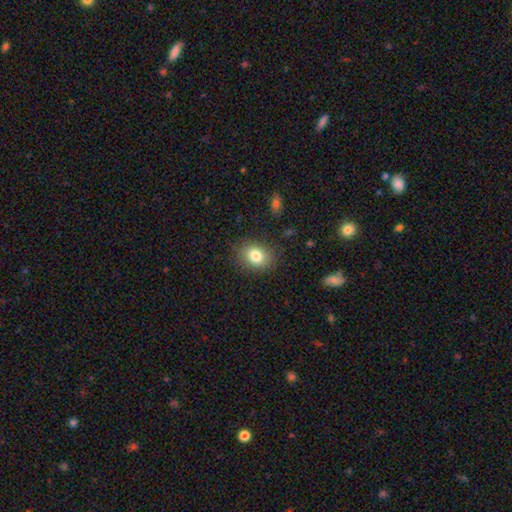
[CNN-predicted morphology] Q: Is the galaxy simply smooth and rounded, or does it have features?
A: smooth — 81%.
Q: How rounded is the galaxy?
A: in between — 56%.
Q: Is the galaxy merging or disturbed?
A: none — 84%.